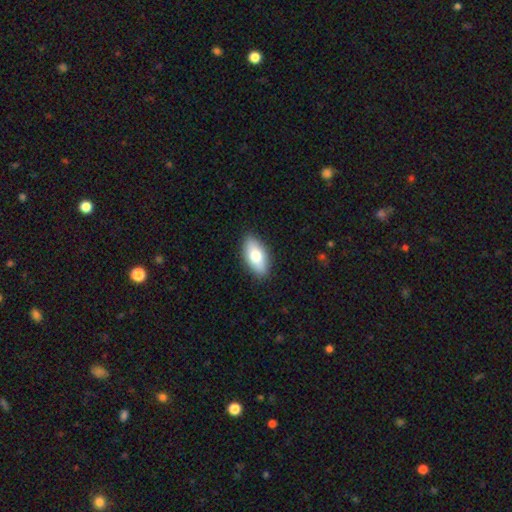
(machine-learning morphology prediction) Smooth or featured: smooth — 73% (featured or disk — 21%)
How rounded: in between — 90% (cigar-shaped — 7%)
Merging: none — 89% (minor disturbance — 8%)